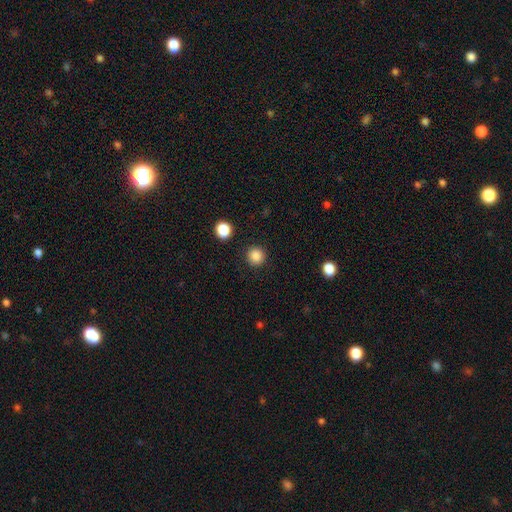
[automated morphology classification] Smooth or featured? smooth (86%)
How rounded? round (94%)
Merging? none (92%)